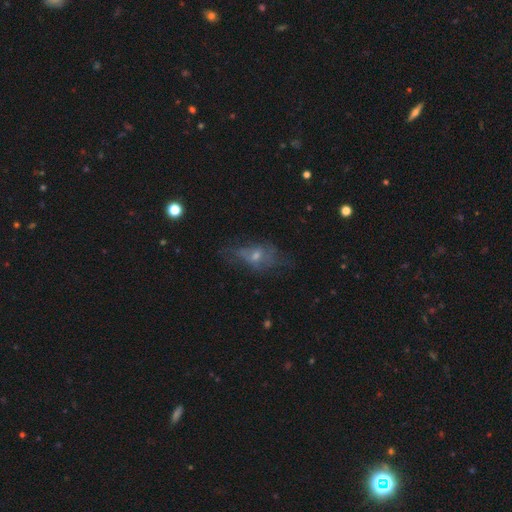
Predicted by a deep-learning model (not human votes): A featured or disk galaxy (45%).

Vote fractions:
- Smooth or featured? featured or disk: 45% / smooth: 38% / star or artifact: 18%
- Merging? none: 45% / major disturbance: 26% / minor disturbance: 26% / merger: 3%